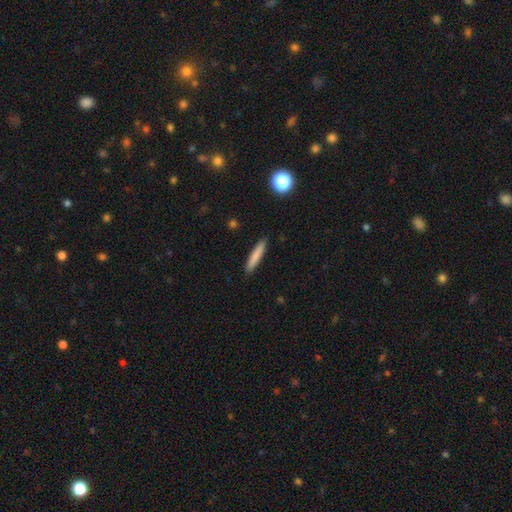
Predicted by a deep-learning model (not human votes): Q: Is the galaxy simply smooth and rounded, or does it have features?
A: smooth — 82%.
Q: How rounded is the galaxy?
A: cigar-shaped — 92%.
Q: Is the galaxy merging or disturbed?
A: none — 90%.